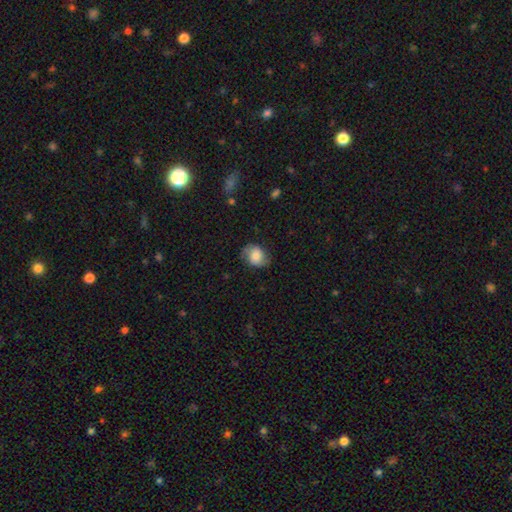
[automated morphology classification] type=smooth (71%); roundness=in between (54%); merging=none (72%).